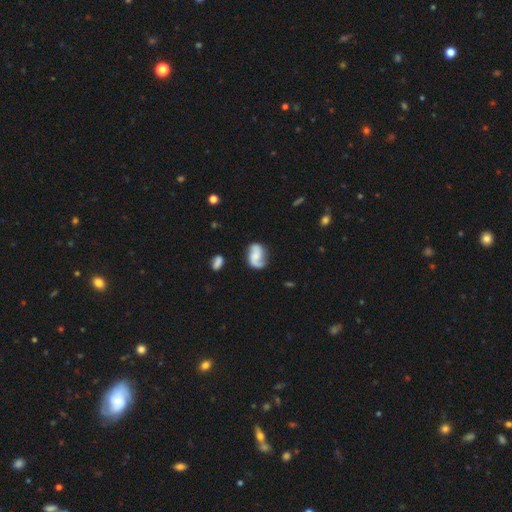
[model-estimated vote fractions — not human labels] Smooth or featured: featured or disk — 72% (smooth — 21%)
Edge-on disk: no — 97% (yes — 3%)
Bar: no — 61% (weak — 31%)
Spiral arms: yes — 94% (no — 6%)
Spiral winding: loose — 47% (medium — 37%)
Spiral arm count: 2 — 79% (1 — 14%)
Bulge size: small — 36% (none — 30%)
Merging: none — 64% (minor disturbance — 22%)